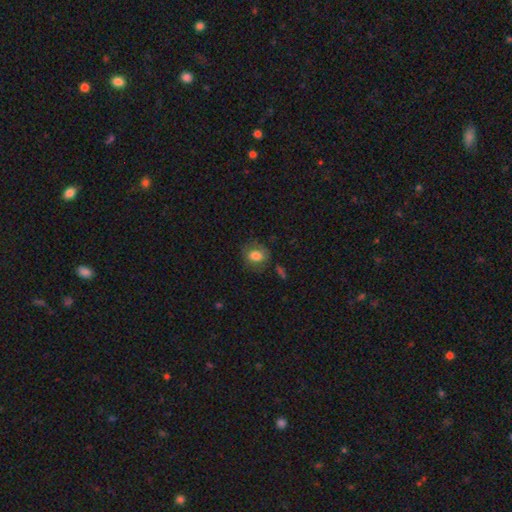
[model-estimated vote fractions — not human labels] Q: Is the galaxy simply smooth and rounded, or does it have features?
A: smooth — 76%.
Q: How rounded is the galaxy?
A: round — 50%.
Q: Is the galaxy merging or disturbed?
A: none — 70%.